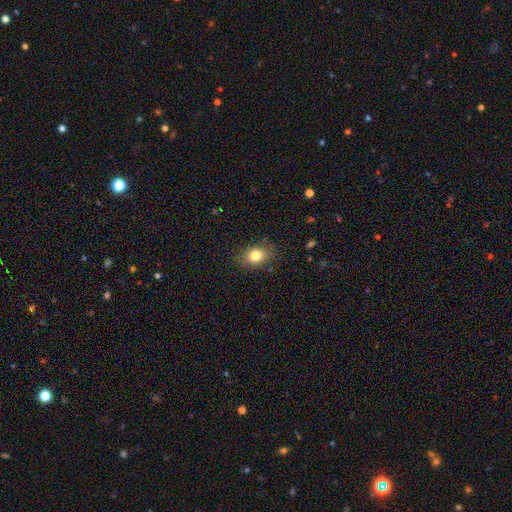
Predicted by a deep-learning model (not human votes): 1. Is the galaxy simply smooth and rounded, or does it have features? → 81% smooth, 10% star or artifact, 9% featured or disk.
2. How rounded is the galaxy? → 67% in between, 31% round, 1% cigar-shaped.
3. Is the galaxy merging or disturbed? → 82% none, 13% minor disturbance, 3% major disturbance, 1% merger.